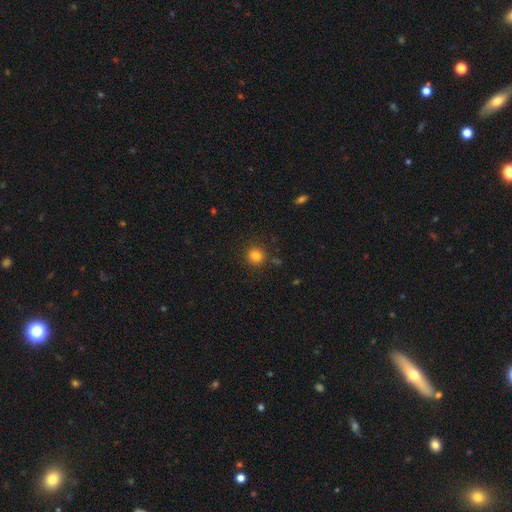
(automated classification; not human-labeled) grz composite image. It shows a smooth galaxy with no disk features (83%) that is round (91%). Merging: none (86%).